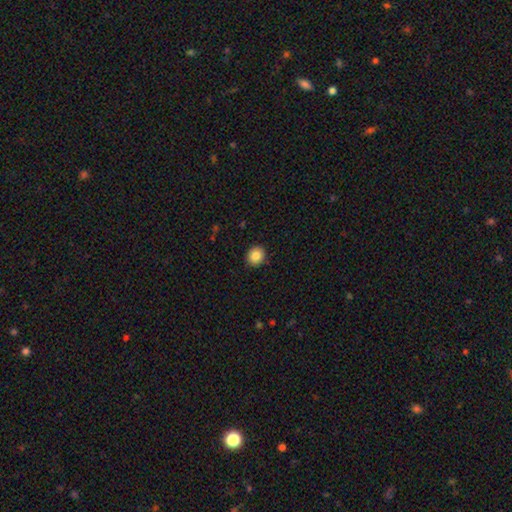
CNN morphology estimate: smooth 85%, star or artifact 9%, featured or disk 6%. Down the decision tree: how rounded — round (74%); merging — none (90%).